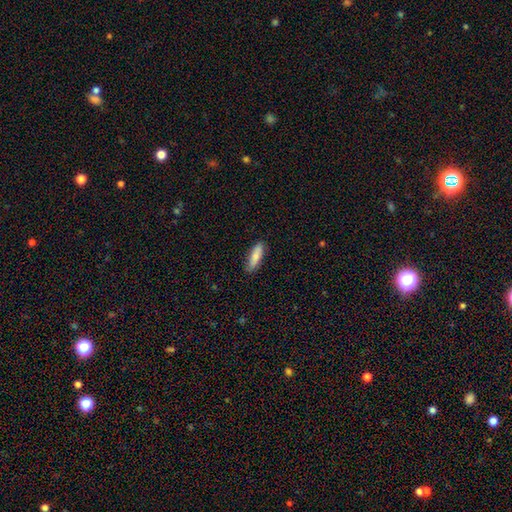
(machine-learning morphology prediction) smooth_or_featured: smooth (p=0.82) [alt: featured or disk p=0.13]
how_rounded: cigar-shaped (p=0.51) [alt: in between p=0.48]
merging: none (p=0.84) [alt: minor disturbance p=0.13]